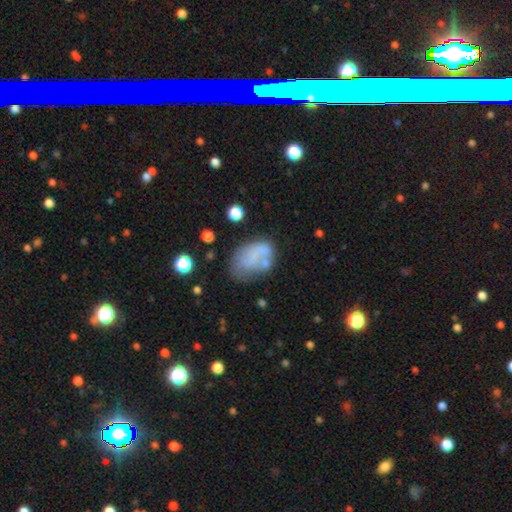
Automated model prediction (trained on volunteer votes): smooth-or-featured: smooth: 60% | featured or disk: 29% | star or artifact: 11%
  how-rounded: in between: 84% | round: 15% | cigar-shaped: 2%
  merging: none: 44% | minor disturbance: 26% | major disturbance: 18% | merger: 12%